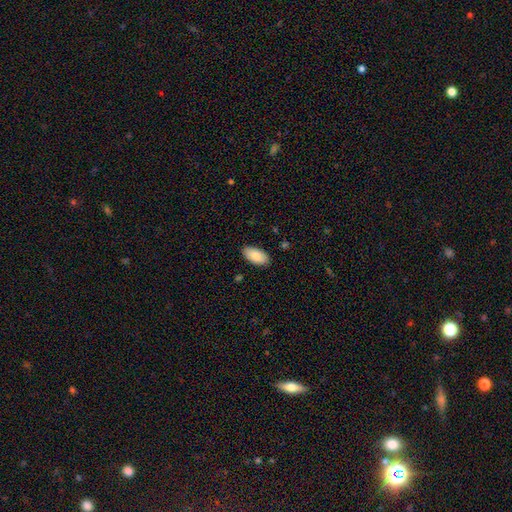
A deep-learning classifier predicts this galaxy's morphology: Overall: smooth (87%). How rounded: in between (95%). Merging: none (87%).